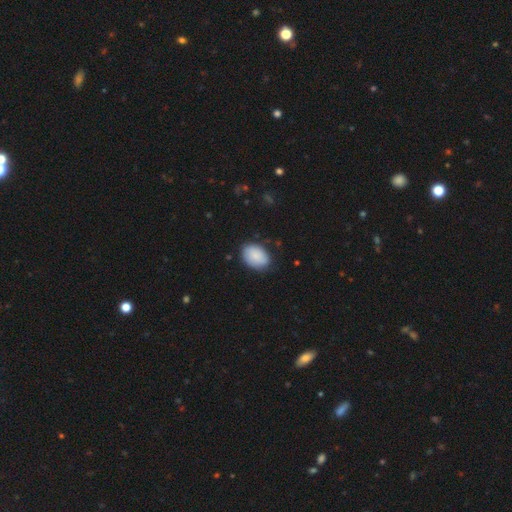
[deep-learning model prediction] Smooth or featured: smooth — 83% (featured or disk — 10%)
How rounded: in between — 82% (round — 17%)
Merging: none — 76% (minor disturbance — 18%)